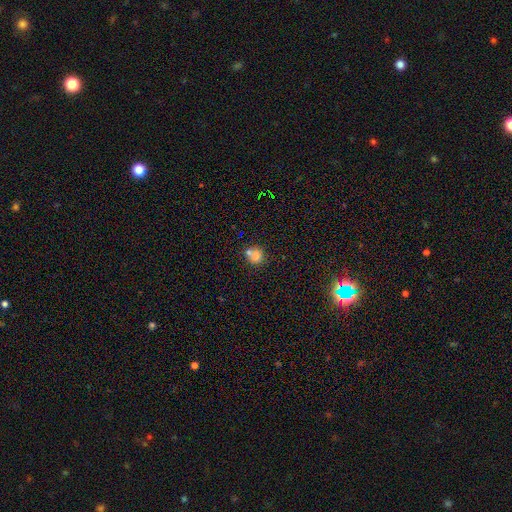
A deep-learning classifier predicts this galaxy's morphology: A smooth galaxy with no disk features (76%) that is round (83%).

Vote fractions:
- Smooth or featured? smooth: 76% / star or artifact: 13% / featured or disk: 11%
- How rounded? round: 83% / in between: 16% / cigar-shaped: 1%
- Merging? none: 52% / merger: 35% / minor disturbance: 10% / major disturbance: 4%